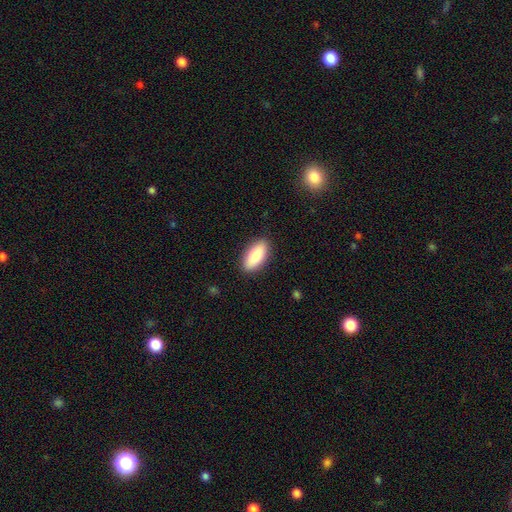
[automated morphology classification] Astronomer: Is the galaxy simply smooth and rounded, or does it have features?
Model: smooth — 84%.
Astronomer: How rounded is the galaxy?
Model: in between — 81%.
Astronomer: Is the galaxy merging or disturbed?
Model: none — 88%.